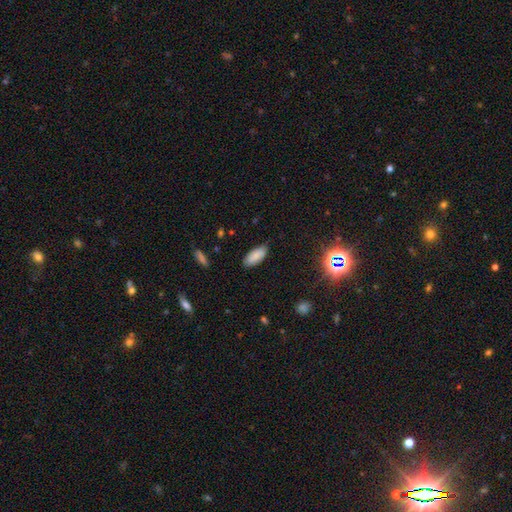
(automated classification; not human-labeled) Morphology: type=smooth (85%); roundness=in between (86%); merging=none (83%).